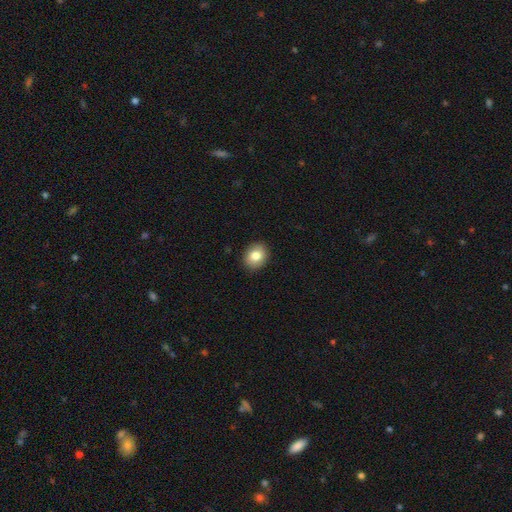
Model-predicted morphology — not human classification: This appears to be a smooth galaxy with no disk features (82%) that is round (57%). Merging: none (89%).